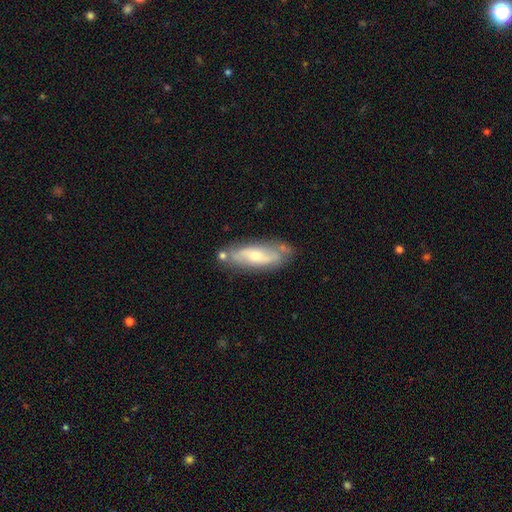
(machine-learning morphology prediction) The model was most divided on "smooth or featured": featured or disk: 62%, smooth: 32%, star or artifact: 6%. More confident: edge-on disk — no (76%); merging — none (68%).